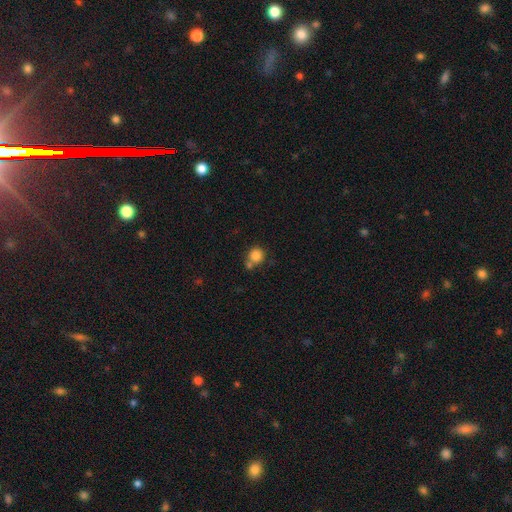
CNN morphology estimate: Smooth or featured: smooth — 84% (star or artifact — 10%)
How rounded: round — 89% (in between — 10%)
Merging: none — 59% (merger — 26%)